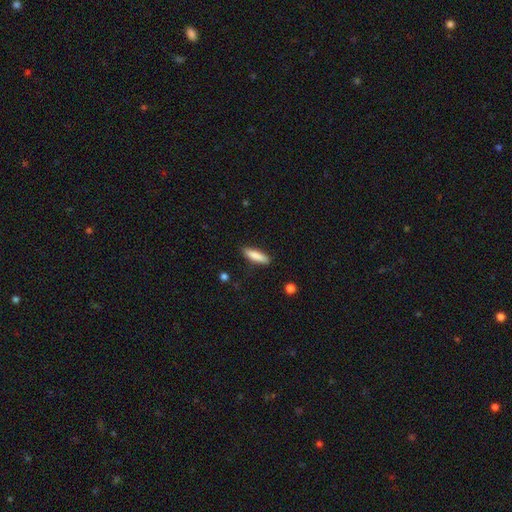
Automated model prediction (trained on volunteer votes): smooth-or-featured: smooth: 84% | featured or disk: 10% | star or artifact: 6%
  how-rounded: cigar-shaped: 69% | in between: 30% | round: 2%
  merging: none: 86% | minor disturbance: 11% | major disturbance: 2% | merger: 1%